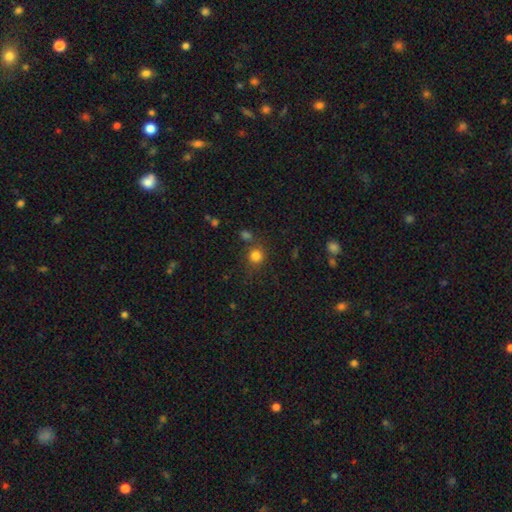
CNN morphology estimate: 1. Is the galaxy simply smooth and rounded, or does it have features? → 80% smooth, 14% star or artifact, 6% featured or disk.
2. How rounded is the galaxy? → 90% round, 9% in between, 1% cigar-shaped.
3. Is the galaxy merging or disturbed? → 75% none, 10% minor disturbance, 10% merger, 4% major disturbance.